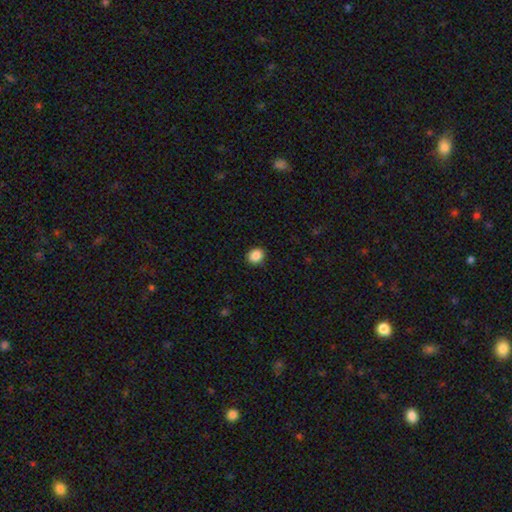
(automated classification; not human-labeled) A smooth galaxy with no disk features (88%) that is round (69%).

Vote fractions:
- Smooth or featured? smooth: 88% / star or artifact: 9% / featured or disk: 3%
- How rounded? round: 69% / in between: 30% / cigar-shaped: 1%
- Merging? none: 90% / minor disturbance: 7% / major disturbance: 2% / merger: 1%